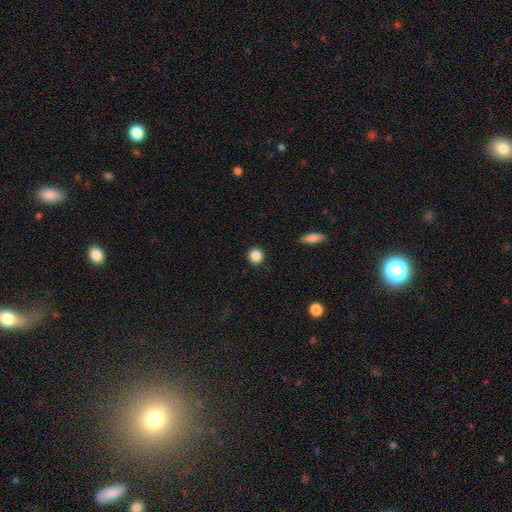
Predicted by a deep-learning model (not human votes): Overall: smooth (88%). How rounded: round (92%). Merging: none (91%).